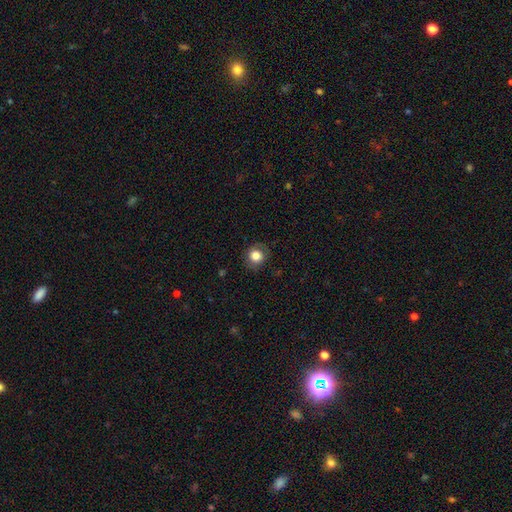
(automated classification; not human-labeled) This is likely a smooth galaxy (80%). How rounded: clearly round (84%). Merging: clearly none (81%).